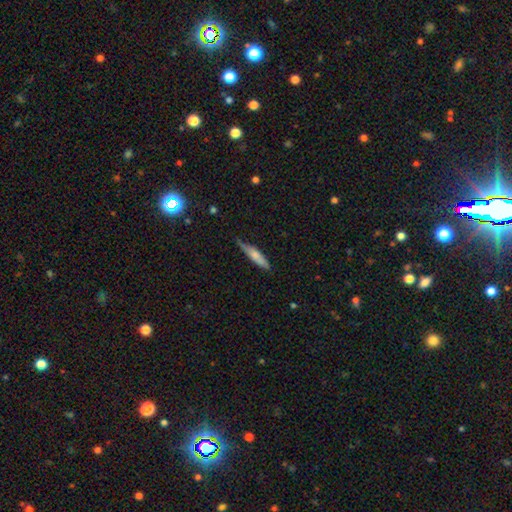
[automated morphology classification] A smooth galaxy with no disk features (65%) that is cigar-shaped (79%). Merging: none (62%).